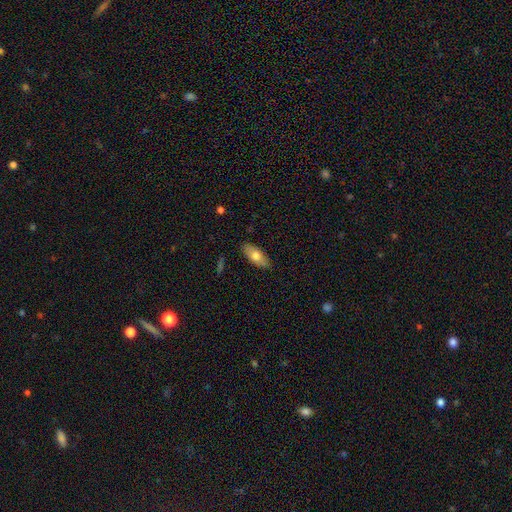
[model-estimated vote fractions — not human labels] Smooth or featured? Predicted: smooth (p=0.71). How rounded? Predicted: in between (p=0.84). Merging? Predicted: none (p=0.86).